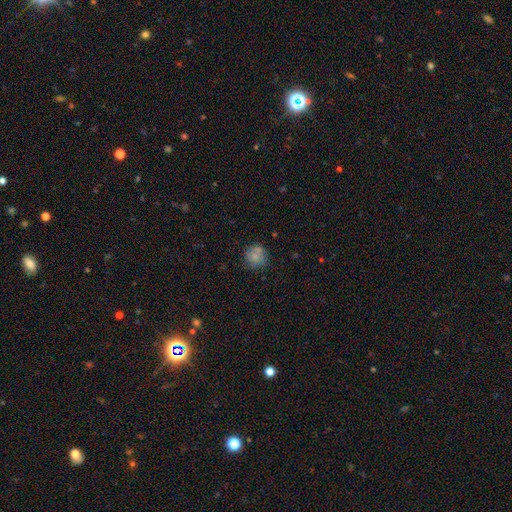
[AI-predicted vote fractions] Overall: smooth (75%). How rounded: round (88%). Merging: none (66%).